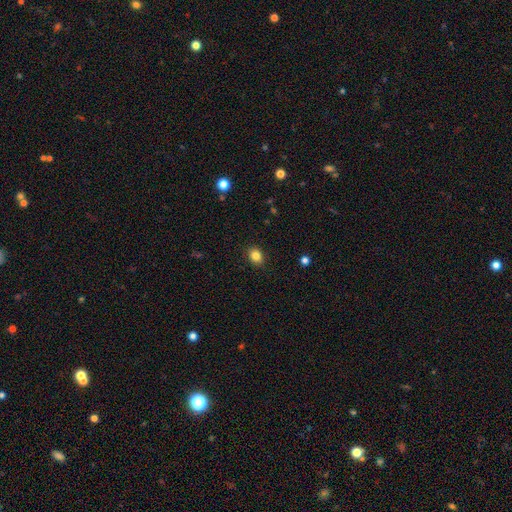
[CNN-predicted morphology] A smooth galaxy with no disk features (84%) that is in between round and cigar-shaped (53%).

Vote fractions:
- Smooth or featured? smooth: 84% / star or artifact: 11% / featured or disk: 6%
- How rounded? in between: 53% / round: 46% / cigar-shaped: 1%
- Merging? none: 88% / minor disturbance: 9% / major disturbance: 2% / merger: 1%